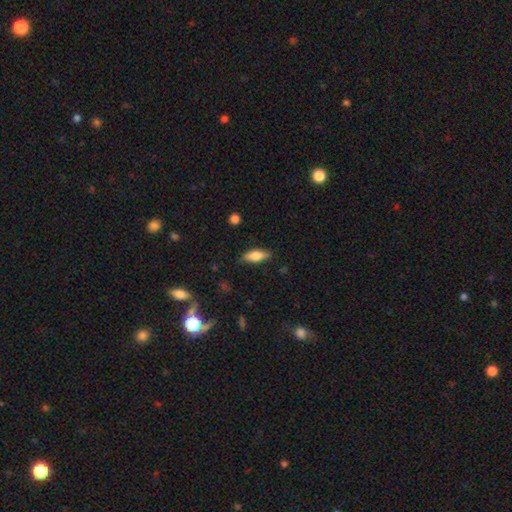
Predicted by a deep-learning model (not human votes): Smooth or featured? Predicted: smooth (p=0.72). How rounded? Predicted: in between (p=0.68). Merging? Predicted: none (p=0.84).